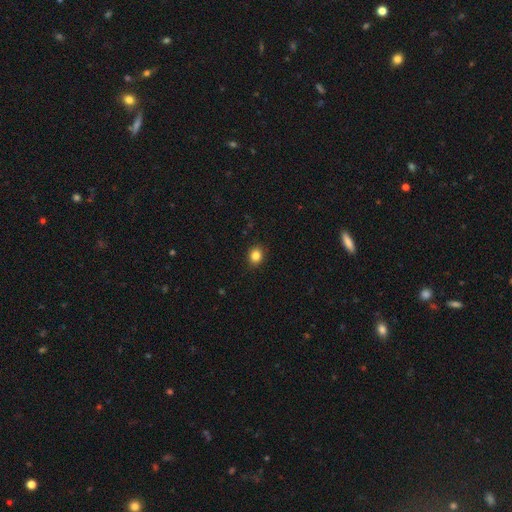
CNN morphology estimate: This is clearly a smooth galaxy (84%). How rounded: likely round (72%). Merging: clearly none (90%).